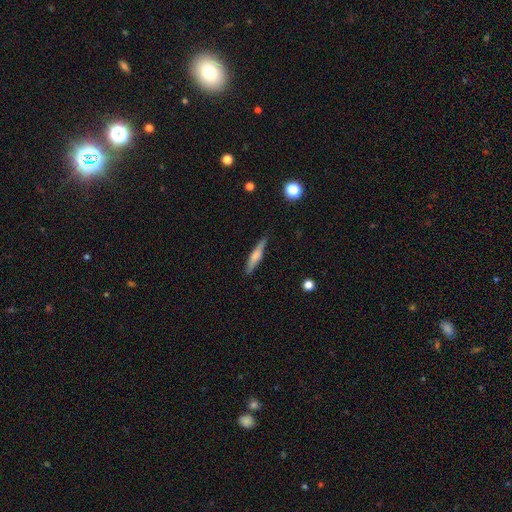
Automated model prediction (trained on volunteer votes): Smooth or featured? smooth (51%)
How rounded? cigar-shaped (85%)
Merging? none (85%)